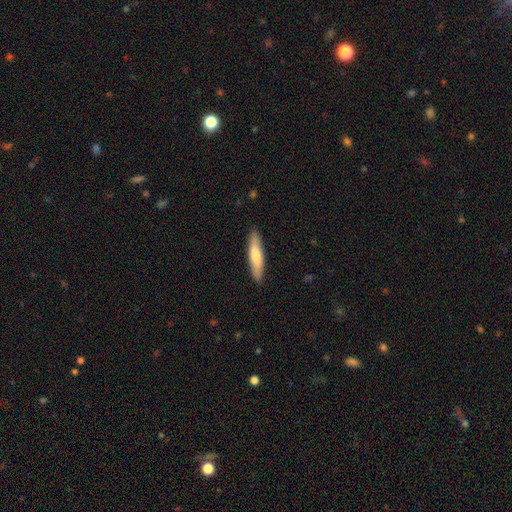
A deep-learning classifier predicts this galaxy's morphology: Smooth or featured: smooth — 72% (featured or disk — 23%)
How rounded: cigar-shaped — 79% (in between — 20%)
Merging: none — 88% (minor disturbance — 9%)